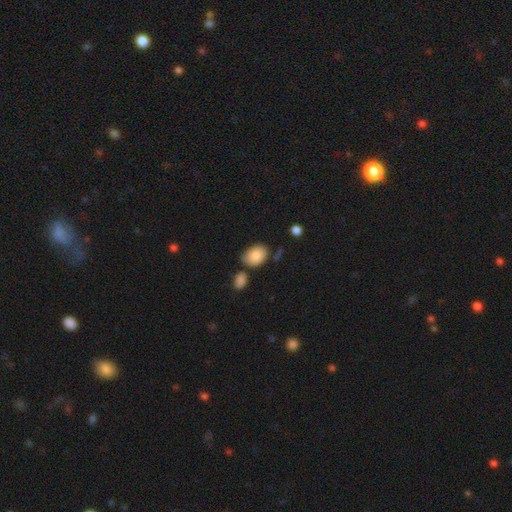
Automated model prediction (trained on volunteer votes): smooth_or_featured: smooth (p=0.86) [alt: featured or disk p=0.07]
how_rounded: in between (p=0.79) [alt: round p=0.20]
merging: none (p=0.63) [alt: minor disturbance p=0.22]